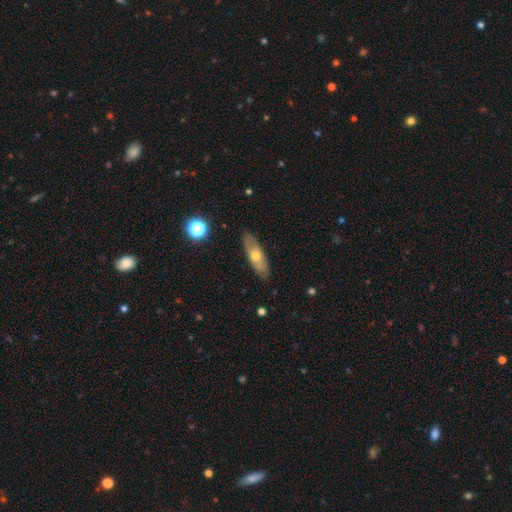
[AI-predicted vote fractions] Overall: smooth (51%; featured or disk 42%). How rounded: in between (53%; cigar-shaped 44%). Merging: none (85%).